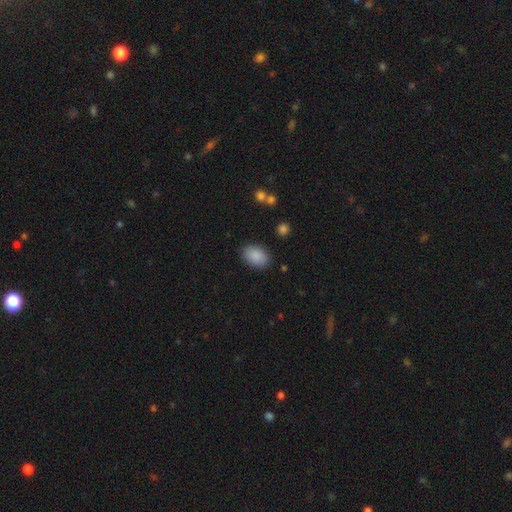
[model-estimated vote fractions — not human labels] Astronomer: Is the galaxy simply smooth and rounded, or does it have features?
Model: smooth — 89%.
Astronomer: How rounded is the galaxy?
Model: in between — 85%.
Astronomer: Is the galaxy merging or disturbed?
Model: none — 86%.